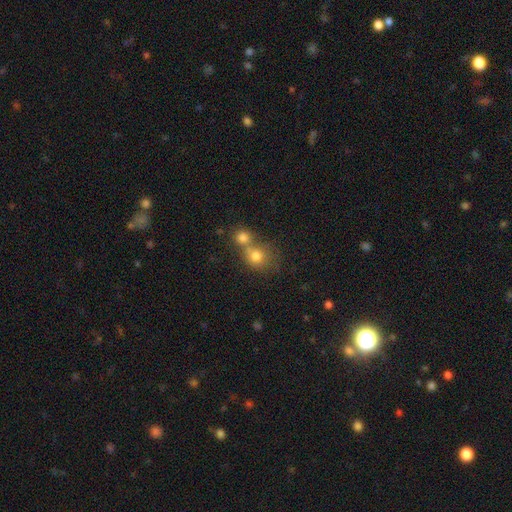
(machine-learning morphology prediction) smooth_or_featured: smooth (p=0.75) [alt: star or artifact p=0.13]
how_rounded: round (p=0.80) [alt: in between p=0.19]
merging: merger (p=0.54) [alt: none p=0.36]